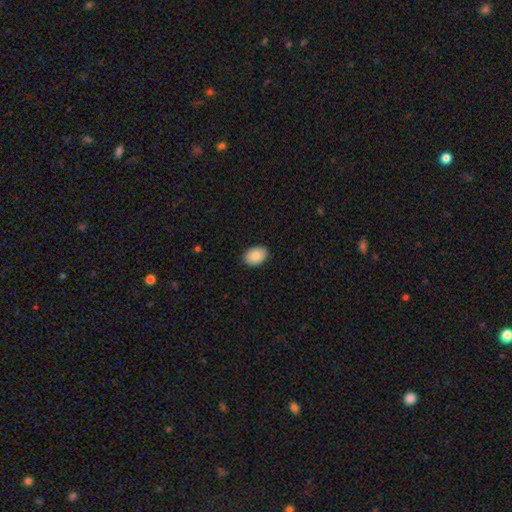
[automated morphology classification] Smooth or featured: smooth — 89% (star or artifact — 7%)
How rounded: in between — 82% (round — 17%)
Merging: none — 89% (minor disturbance — 8%)